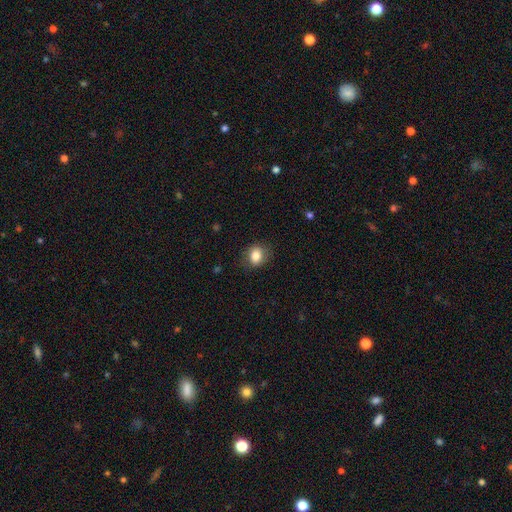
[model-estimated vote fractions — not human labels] Overall: smooth (82%). How rounded: round (53%; in between 46%). Merging: none (81%).